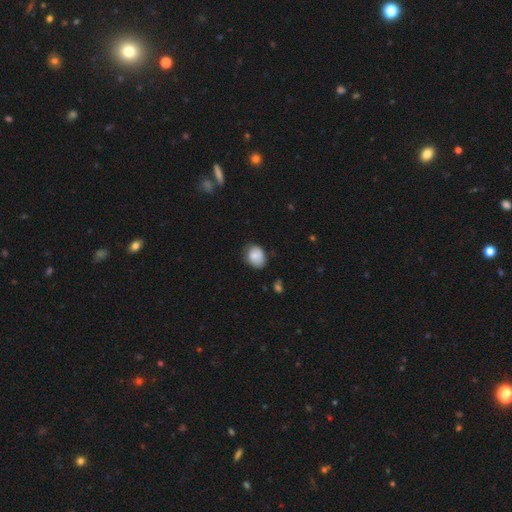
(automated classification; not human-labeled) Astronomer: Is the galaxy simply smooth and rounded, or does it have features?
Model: smooth — 82%.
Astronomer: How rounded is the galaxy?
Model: in between — 59% (runner-up: round, 40%).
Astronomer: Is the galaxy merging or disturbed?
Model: none — 67%.